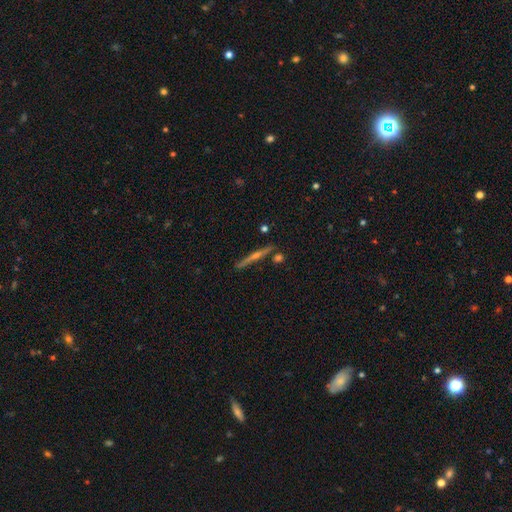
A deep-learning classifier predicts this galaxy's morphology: Smooth or featured: featured or disk — 76% (smooth — 16%)
Edge-on disk: yes — 98% (no — 2%)
Edge-on bulge: rounded — 83% (none — 12%)
Merging: none — 85% (minor disturbance — 8%)